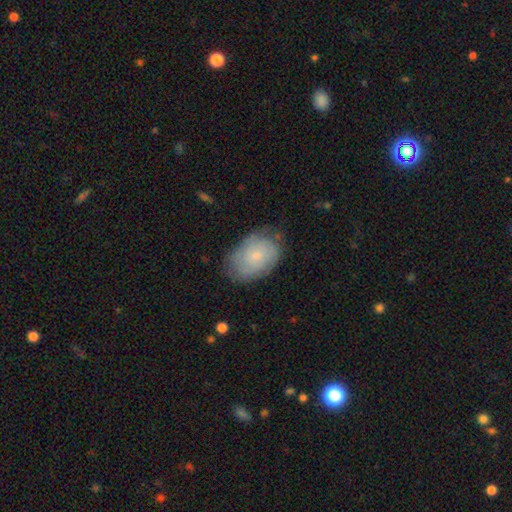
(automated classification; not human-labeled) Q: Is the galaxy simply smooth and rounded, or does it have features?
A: smooth — 56%.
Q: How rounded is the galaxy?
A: in between — 85%.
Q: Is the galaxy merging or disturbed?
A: none — 66%.